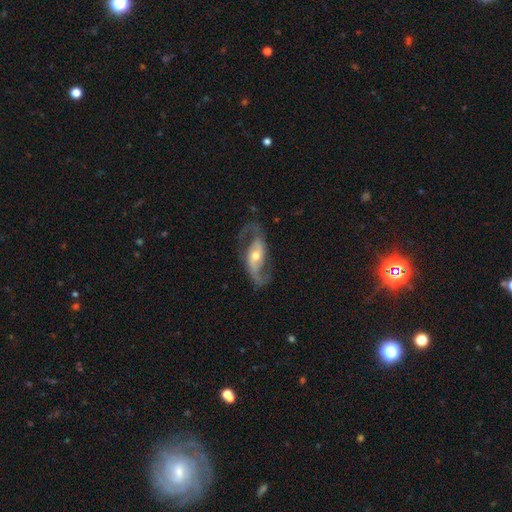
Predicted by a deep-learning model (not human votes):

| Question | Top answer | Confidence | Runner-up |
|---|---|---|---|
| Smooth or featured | featured or disk | 88% | smooth (7%) |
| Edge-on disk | no | 95% | yes (5%) |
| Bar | no | 43% | weak (33%) |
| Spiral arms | yes | 96% | no (4%) |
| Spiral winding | loose | 52% | medium (38%) |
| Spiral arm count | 2 | 92% | 1 (2%) |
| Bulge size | moderate | 58% | small (35%) |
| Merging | none | 75% | minor disturbance (14%) |